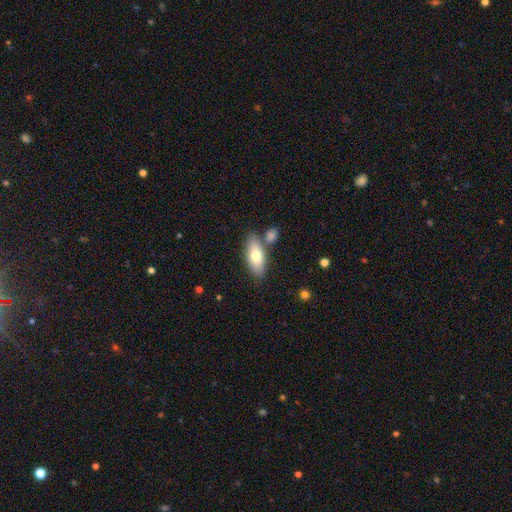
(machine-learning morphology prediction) Smooth or featured? smooth (71%)
How rounded? in between (83%)
Merging? none (72%)